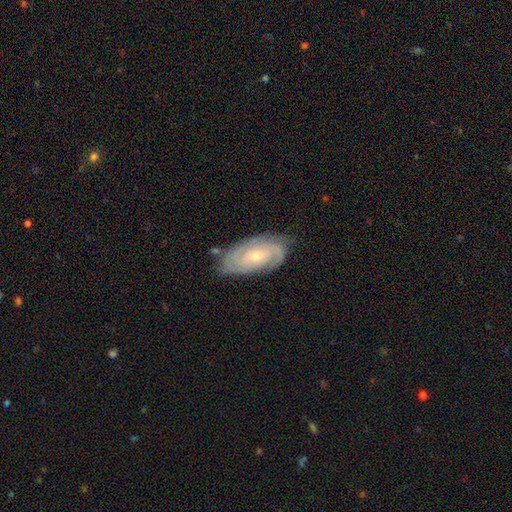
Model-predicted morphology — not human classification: This is clearly a featured or disk galaxy (82%). It is clearly not viewed edge-on (95%). Bar: likely no (64%). Spiral arm pattern: clearly yes (96%). Spiral arm count: marginally 2 (39%). Spiral winding: likely tight (68%). Central bulge: likely small (61%). Merging: likely none (74%).